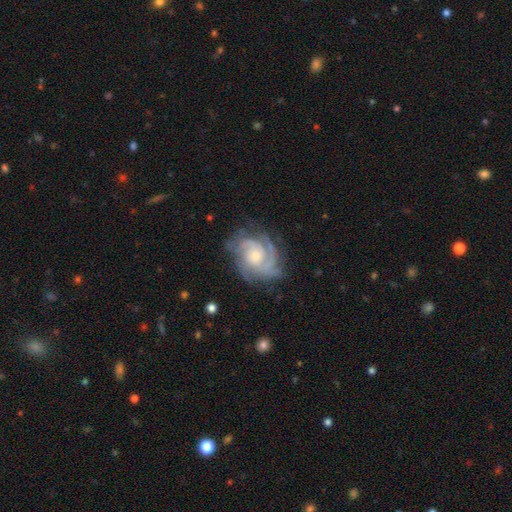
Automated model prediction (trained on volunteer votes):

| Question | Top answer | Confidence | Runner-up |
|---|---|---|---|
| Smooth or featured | featured or disk | 88% | smooth (7%) |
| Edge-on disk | no | 98% | yes (2%) |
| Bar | no | 73% | weak (23%) |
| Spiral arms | yes | 97% | no (3%) |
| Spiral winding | tight | 62% | medium (32%) |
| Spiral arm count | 3 | 35% | can't tell (20%) |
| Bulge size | small | 56% | moderate (38%) |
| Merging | none | 70% | minor disturbance (20%) |